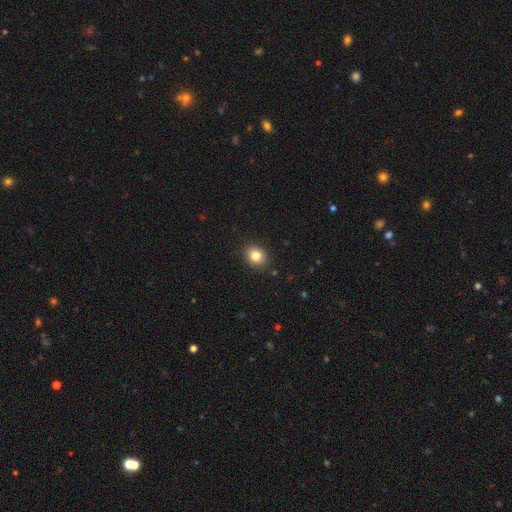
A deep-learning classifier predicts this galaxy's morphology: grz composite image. It shows a smooth galaxy with no disk features (82%) that is round (66%). Merging: none (90%).